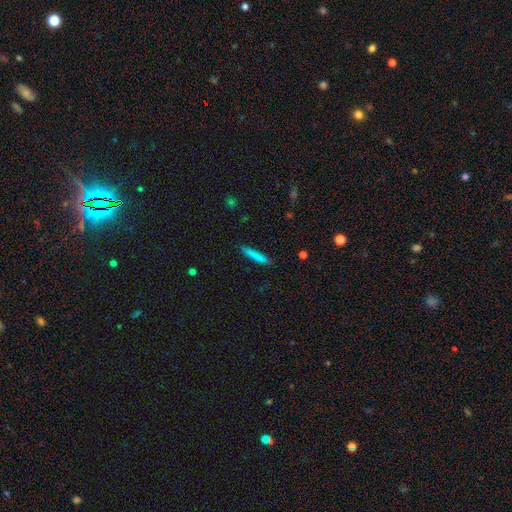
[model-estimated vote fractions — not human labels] Overall: smooth (78%). How rounded: cigar-shaped (95%). Merging: none (90%).